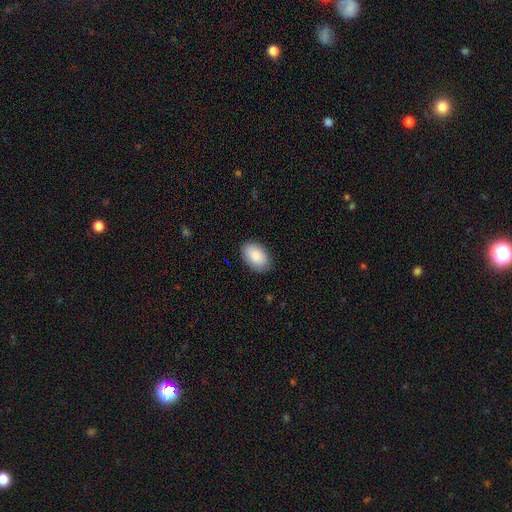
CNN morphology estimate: This appears to be a smooth galaxy with no disk features (89%) that is in between round and cigar-shaped (92%). Merging: none (87%).